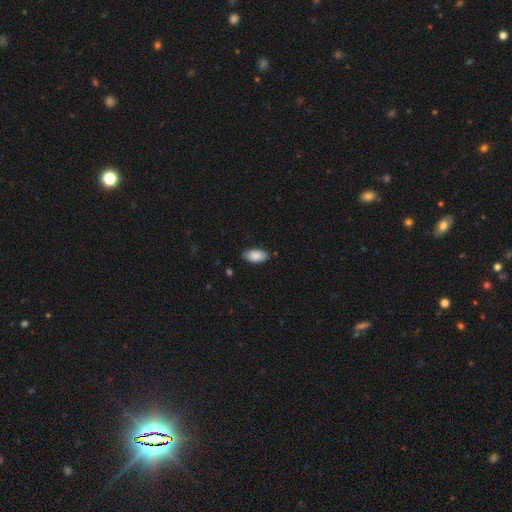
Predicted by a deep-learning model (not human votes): Smooth or featured? smooth (88%)
How rounded? in between (94%)
Merging? none (84%)